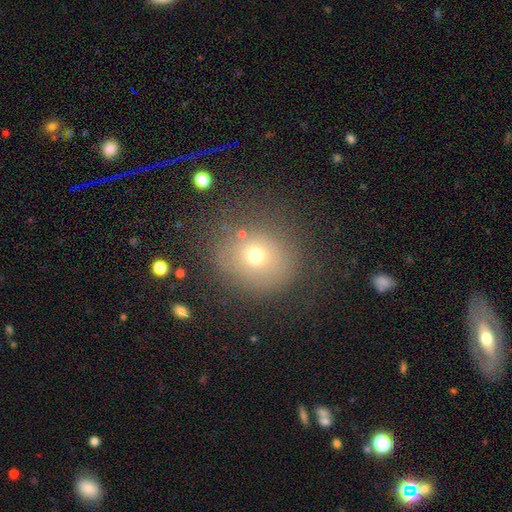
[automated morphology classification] A smooth galaxy with no disk features (66%) that is round (83%).

Vote fractions:
- Smooth or featured? smooth: 66% / star or artifact: 18% / featured or disk: 15%
- How rounded? round: 83% / in between: 16% / cigar-shaped: 1%
- Merging? none: 75% / minor disturbance: 14% / major disturbance: 8% / merger: 3%